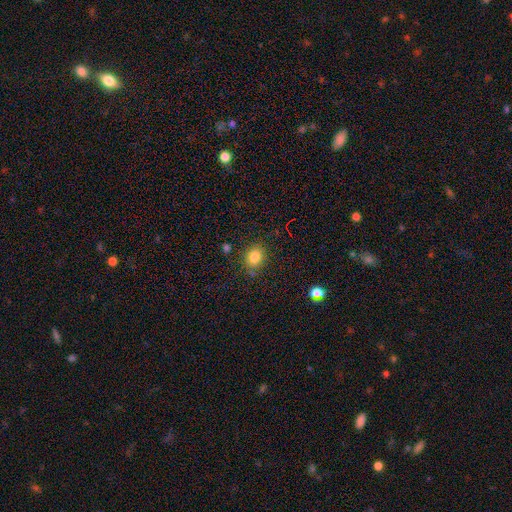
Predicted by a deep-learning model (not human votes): A smooth galaxy with no disk features (83%) that is round (60%). Merging: none (81%).